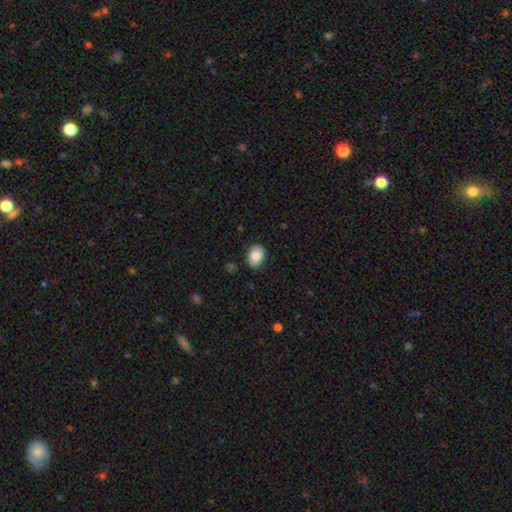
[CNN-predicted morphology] Overall: smooth (83%). How rounded: in between (72%). Merging: none (85%).